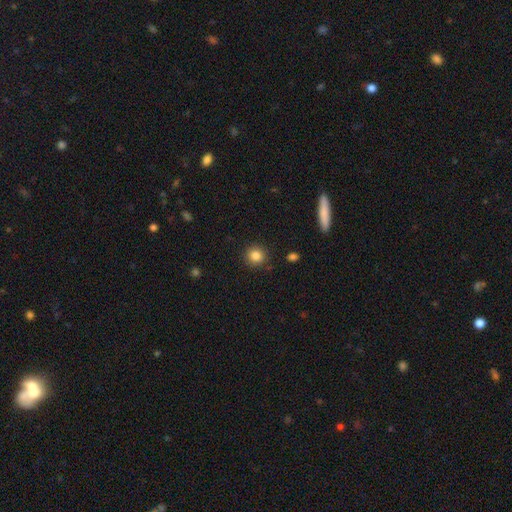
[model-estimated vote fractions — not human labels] Smooth or featured: smooth — 85% (star or artifact — 10%)
How rounded: round — 89% (in between — 10%)
Merging: none — 89% (minor disturbance — 7%)